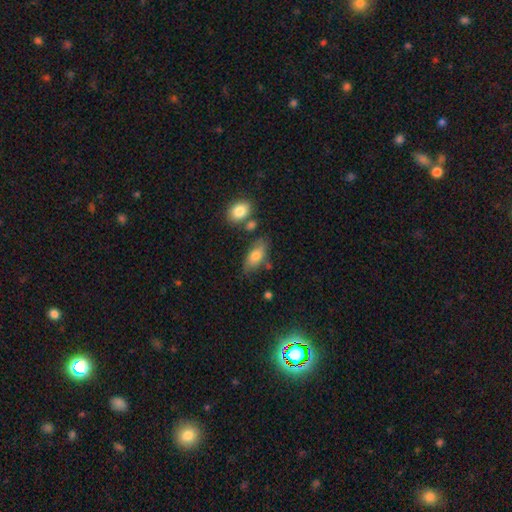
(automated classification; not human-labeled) Q: Smooth or featured?
A: smooth (69%); runner-up: featured or disk (23%)
Q: How rounded?
A: in between (88%); runner-up: cigar-shaped (8%)
Q: Merging?
A: none (62%); runner-up: minor disturbance (23%)